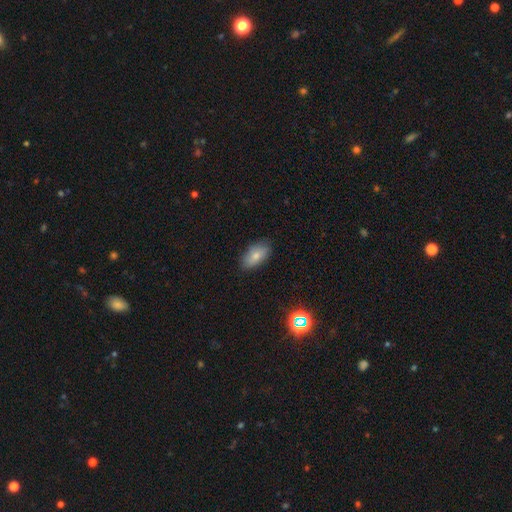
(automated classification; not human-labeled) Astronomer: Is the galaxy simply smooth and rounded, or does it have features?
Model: smooth — 77%.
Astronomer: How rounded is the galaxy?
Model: in between — 91%.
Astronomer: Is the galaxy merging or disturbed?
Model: none — 81%.